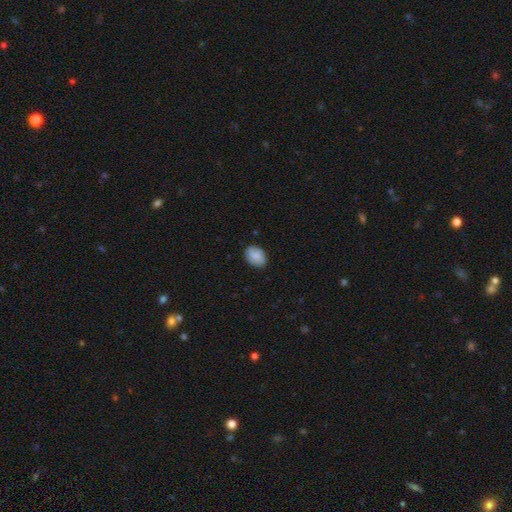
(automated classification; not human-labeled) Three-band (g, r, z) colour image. It shows a smooth galaxy with no disk features (81%) that is in between round and cigar-shaped (75%). Merging: none (81%).